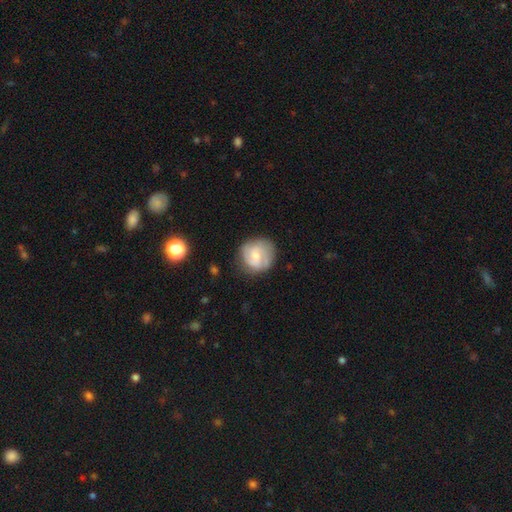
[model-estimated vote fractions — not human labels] Smooth or featured? Predicted: featured or disk (p=0.62). Edge-on disk? Predicted: no (p=0.98). Bar? Predicted: no (p=0.52). Spiral arms? Predicted: yes (p=0.89). Spiral winding? Predicted: tight (p=0.44). Spiral arm count? Predicted: 2 (p=0.54). Bulge size? Predicted: small (p=0.51). Merging? Predicted: none (p=0.74).